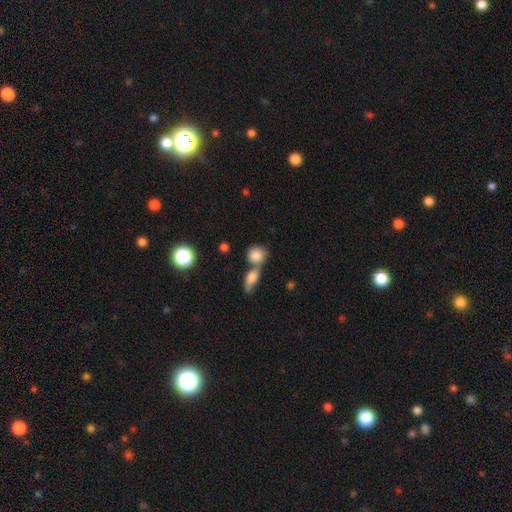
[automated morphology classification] This is clearly a smooth galaxy (82%). How rounded: likely round (70%). Merging: possibly merger (52%).